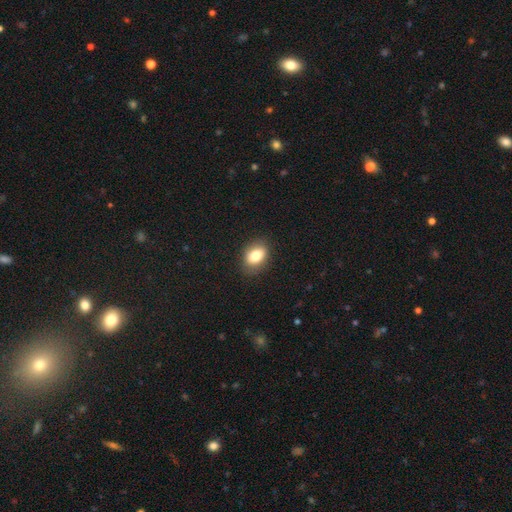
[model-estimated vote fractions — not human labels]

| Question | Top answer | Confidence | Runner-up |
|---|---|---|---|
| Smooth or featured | smooth | 81% | featured or disk (11%) |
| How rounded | in between | 78% | round (20%) |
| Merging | none | 85% | minor disturbance (12%) |